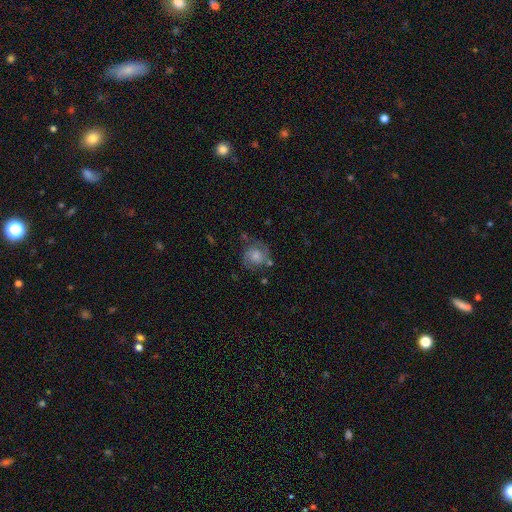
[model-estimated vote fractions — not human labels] smooth-or-featured: featured or disk: 64% | smooth: 27% | star or artifact: 9%
  disk-edge-on: no: 98% | yes: 2%
    bar: no: 66% | weak: 29% | strong: 4%
    has-spiral-arms: yes: 92% | no: 8%
      spiral-winding: medium: 47% | tight: 36% | loose: 18%
      spiral-arm-count: 2: 81% | can't tell: 9% | 1: 5% | 3: 3% | 4: 1% | more than 4: 1%
    bulge-size: moderate: 37% | small: 30% | none: 17% | large: 14% | dominant: 2%
  merging: none: 64% | minor disturbance: 20% | major disturbance: 11% | merger: 5%